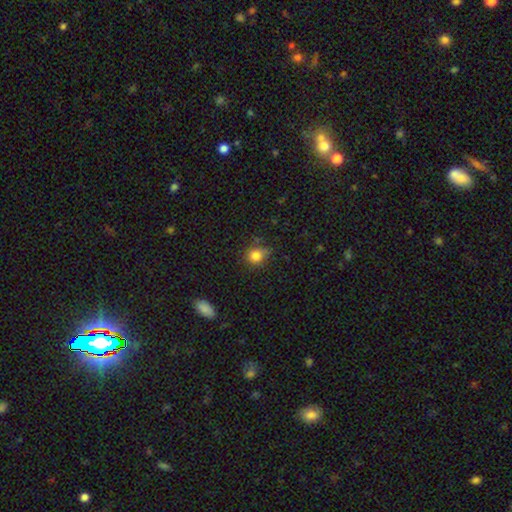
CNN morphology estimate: A smooth galaxy with no disk features (83%) that is round (74%). Merging: none (67%).